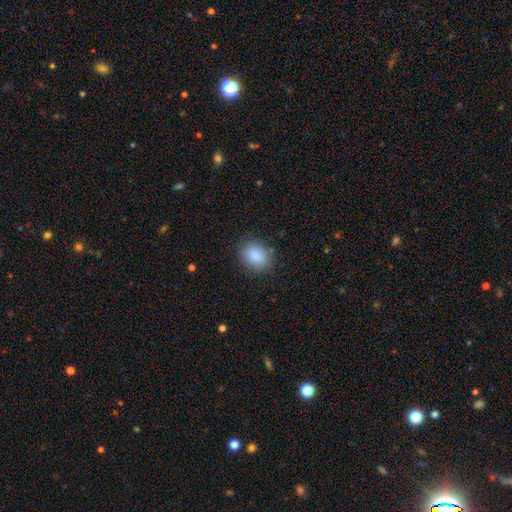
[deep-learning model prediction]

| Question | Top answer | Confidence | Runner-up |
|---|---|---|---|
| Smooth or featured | smooth | 88% | star or artifact (8%) |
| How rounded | in between | 52% | round (47%) |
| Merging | none | 85% | minor disturbance (11%) |